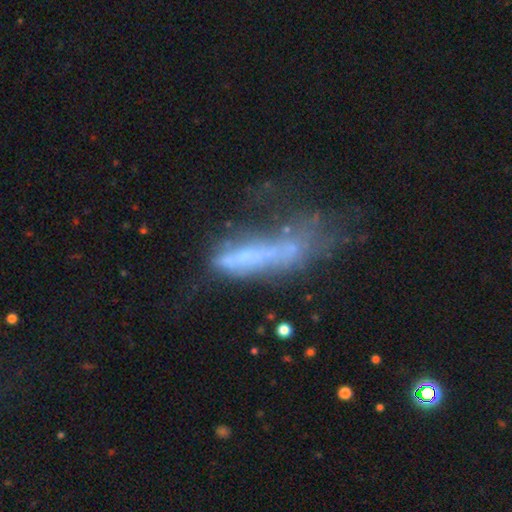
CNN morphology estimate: This appears to be a featured or disk galaxy (45%). Merging: major disturbance (40%).